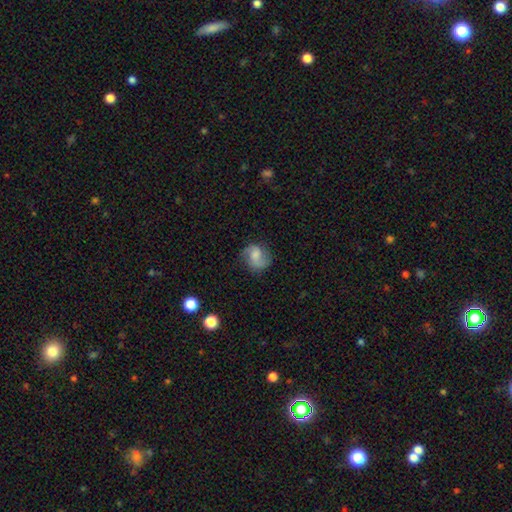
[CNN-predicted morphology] This is possibly a featured or disk galaxy (50%). Merging: likely none (69%).